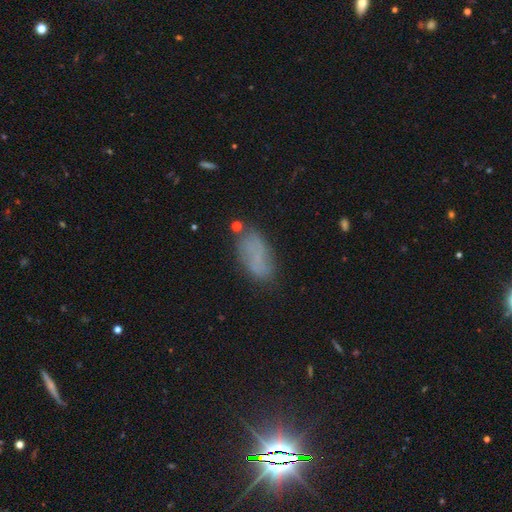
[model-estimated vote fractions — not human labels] Smooth or featured: smooth — 67% (featured or disk — 20%)
How rounded: in between — 90% (cigar-shaped — 6%)
Merging: none — 67% (minor disturbance — 21%)